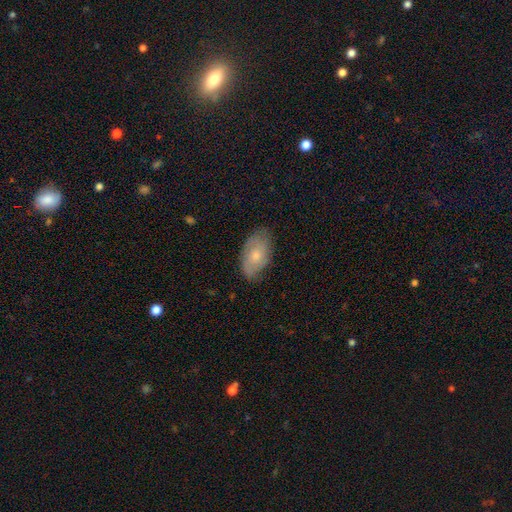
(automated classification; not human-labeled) Smooth or featured: smooth — 58% (featured or disk — 36%)
How rounded: in between — 92% (round — 6%)
Merging: none — 73% (minor disturbance — 22%)